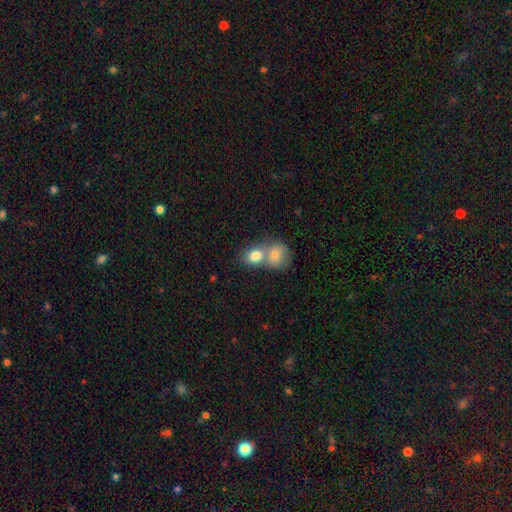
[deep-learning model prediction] Smooth or featured? Predicted: smooth (p=0.79). How rounded? Predicted: round (p=0.50). Merging? Predicted: merger (p=0.66).